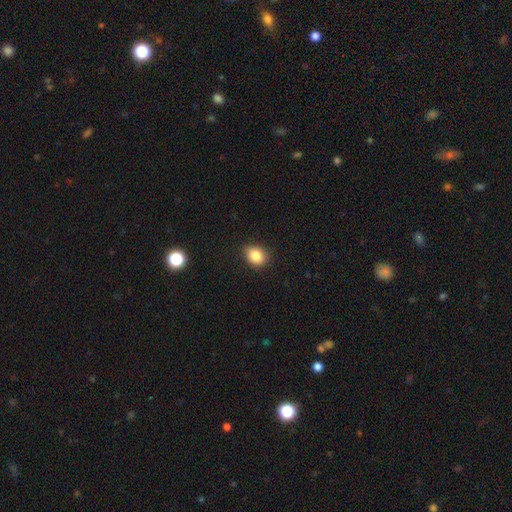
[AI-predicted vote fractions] smooth_or_featured: smooth (p=0.84) [alt: star or artifact p=0.10]
how_rounded: in between (p=0.50) [alt: round p=0.49]
merging: none (p=0.84) [alt: minor disturbance p=0.13]